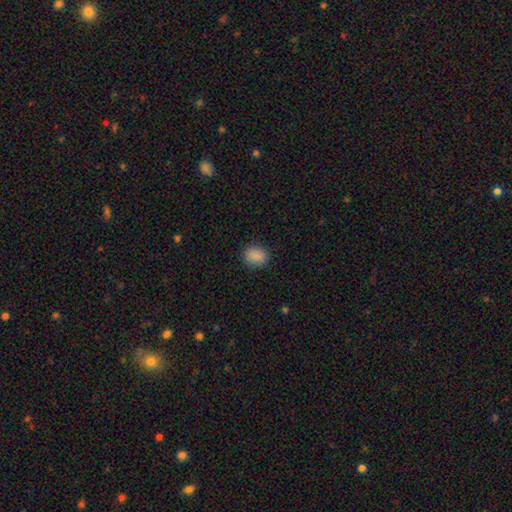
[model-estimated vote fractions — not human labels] smooth 88%, star or artifact 9%, featured or disk 3%. Down the decision tree: how rounded — round (54%); merging — none (87%).